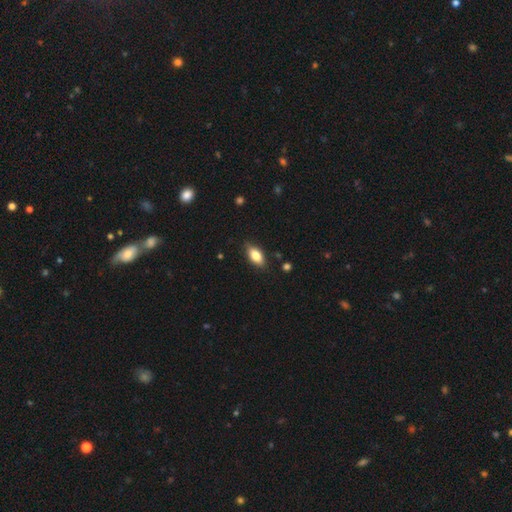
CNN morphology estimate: smooth 79%, featured or disk 14%, star or artifact 7%. Down the decision tree: how rounded — in between (88%); merging — none (82%).